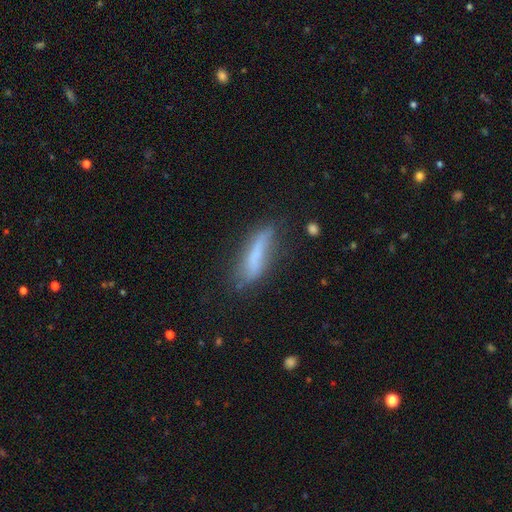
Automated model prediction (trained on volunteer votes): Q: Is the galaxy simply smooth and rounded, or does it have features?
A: smooth — 61%.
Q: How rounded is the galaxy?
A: cigar-shaped — 74%.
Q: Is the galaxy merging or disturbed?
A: none — 58%.